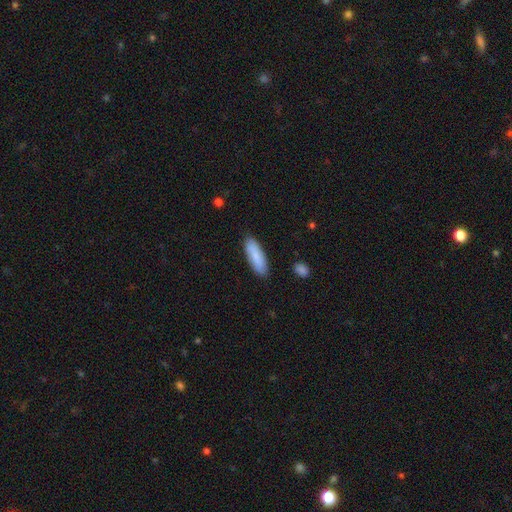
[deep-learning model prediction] Smooth or featured? Predicted: smooth (p=0.83). How rounded? Predicted: in between (p=0.51). Merging? Predicted: none (p=0.85).